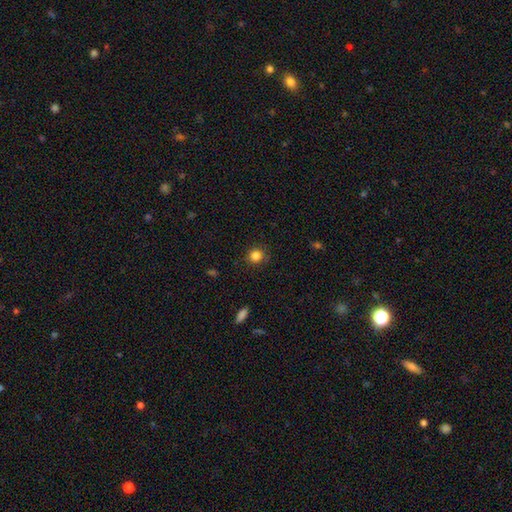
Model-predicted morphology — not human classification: The model was most divided on "smooth or featured": smooth: 84%, star or artifact: 11%, featured or disk: 4%. More confident: how rounded — round (91%); merging — none (86%).